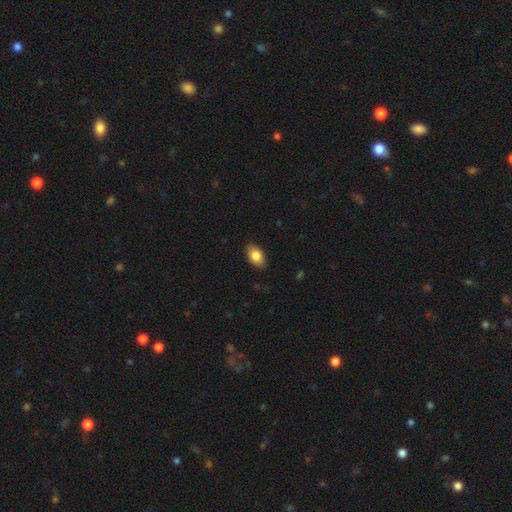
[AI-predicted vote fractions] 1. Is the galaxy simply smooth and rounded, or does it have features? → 84% smooth, 9% featured or disk, 7% star or artifact.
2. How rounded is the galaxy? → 90% in between, 8% round, 2% cigar-shaped.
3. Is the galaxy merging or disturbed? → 87% none, 10% minor disturbance, 2% major disturbance, 1% merger.